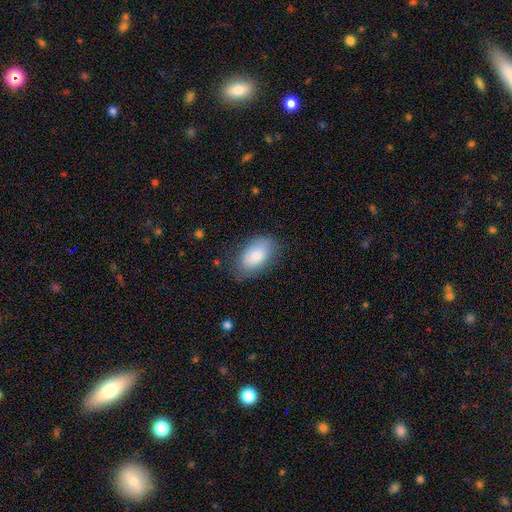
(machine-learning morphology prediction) This appears to be a smooth galaxy with no disk features (82%) that is in between round and cigar-shaped (94%). Merging: none (74%).